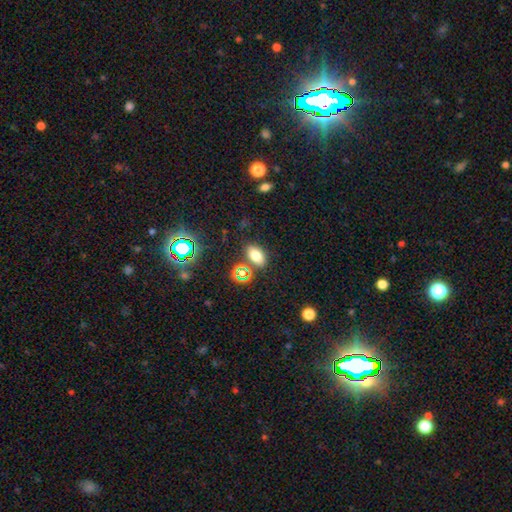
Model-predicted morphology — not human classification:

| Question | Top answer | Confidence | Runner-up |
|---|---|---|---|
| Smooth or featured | smooth | 72% | star or artifact (19%) |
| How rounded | in between | 85% | round (12%) |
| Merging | none | 78% | minor disturbance (11%) |